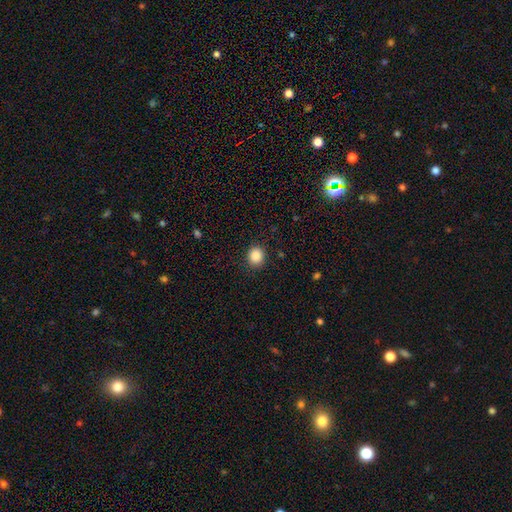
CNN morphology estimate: A smooth galaxy with no disk features (87%) that is round (79%). Merging: none (90%).